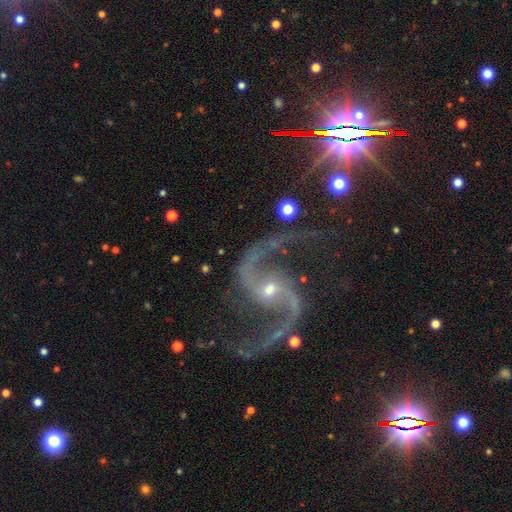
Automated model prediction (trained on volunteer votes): Smooth or featured? Predicted: featured or disk (p=0.91). Edge-on disk? Predicted: no (p=0.98). Bar? Predicted: no (p=0.47). Spiral arms? Predicted: yes (p=0.99). Spiral winding? Predicted: loose (p=0.54). Spiral arm count? Predicted: 2 (p=0.94). Bulge size? Predicted: small (p=0.67). Merging? Predicted: none (p=0.70).